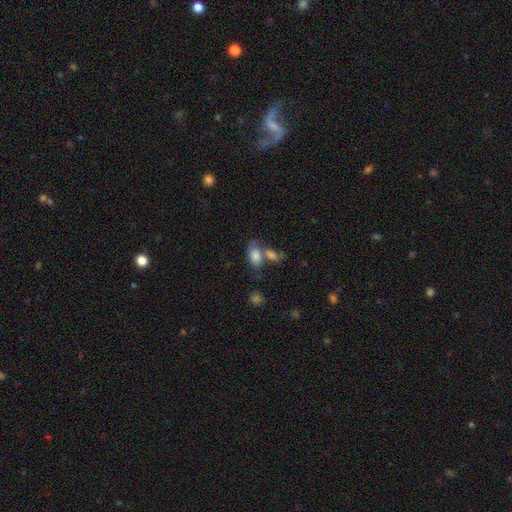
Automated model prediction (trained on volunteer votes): Smooth or featured?
  - smooth: 79% *
  - featured or disk: 13%
  - star or artifact: 9%
How rounded?
  - in between: 90% *
  - round: 8%
  - cigar-shaped: 2%
Merging?
  - merger: 47% *
  - none: 32%
  - minor disturbance: 14%
  - major disturbance: 8%